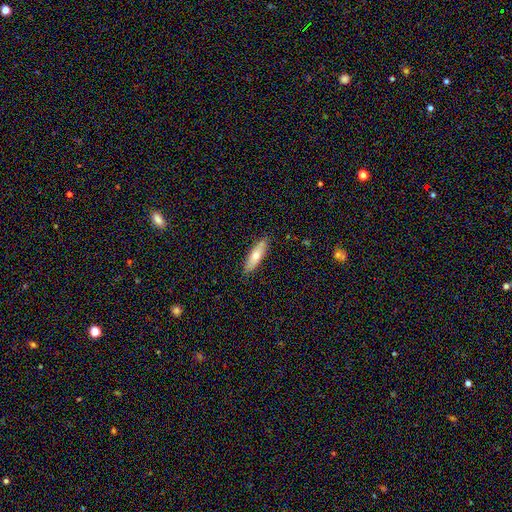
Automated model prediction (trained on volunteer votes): This appears to be a smooth galaxy with no disk features (64%) that is cigar-shaped (60%). Merging: none (88%).